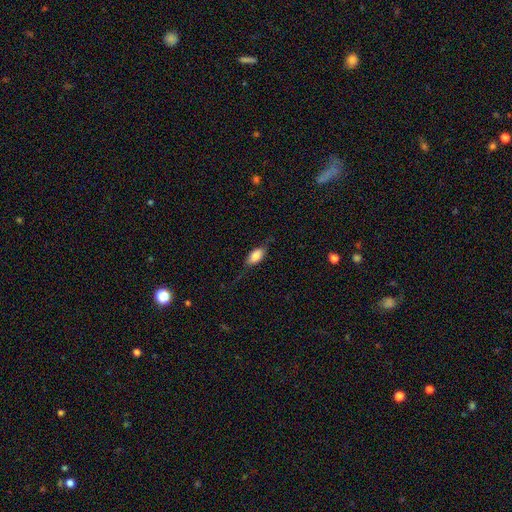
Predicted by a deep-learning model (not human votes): Q: Smooth or featured?
A: smooth (75%); runner-up: featured or disk (18%)
Q: How rounded?
A: in between (86%); runner-up: cigar-shaped (10%)
Q: Merging?
A: none (67%); runner-up: minor disturbance (23%)